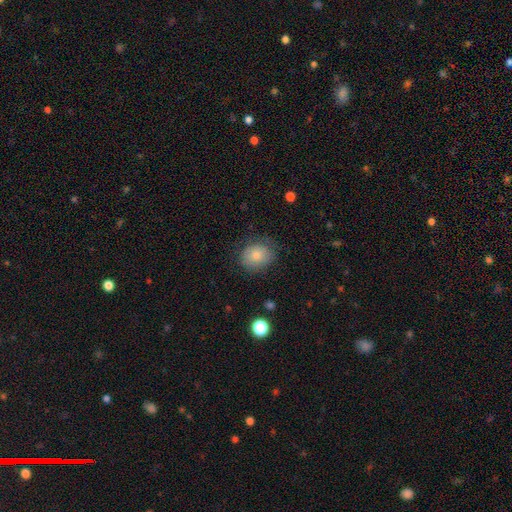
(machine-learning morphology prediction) smooth_or_featured: smooth (p=0.80) [alt: featured or disk p=0.11]
how_rounded: round (p=0.54) [alt: in between p=0.45]
merging: none (p=0.75) [alt: minor disturbance p=0.18]